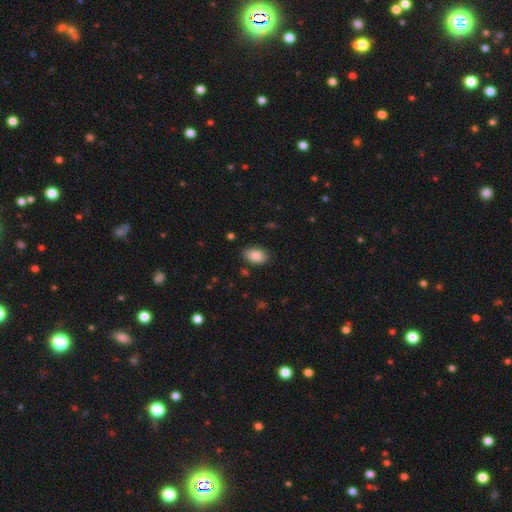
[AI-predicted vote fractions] Q: Smooth or featured?
A: smooth (89%); runner-up: star or artifact (7%)
Q: How rounded?
A: in between (90%); runner-up: round (9%)
Q: Merging?
A: none (84%); runner-up: minor disturbance (11%)